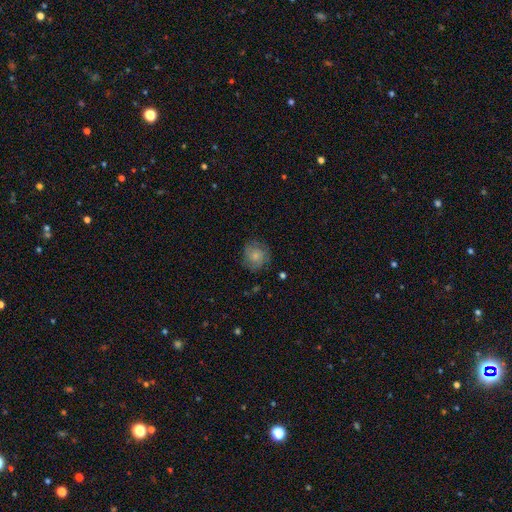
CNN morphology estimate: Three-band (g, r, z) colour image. It shows a smooth galaxy with no disk features (63%) that is round (85%). Merging: none (73%).